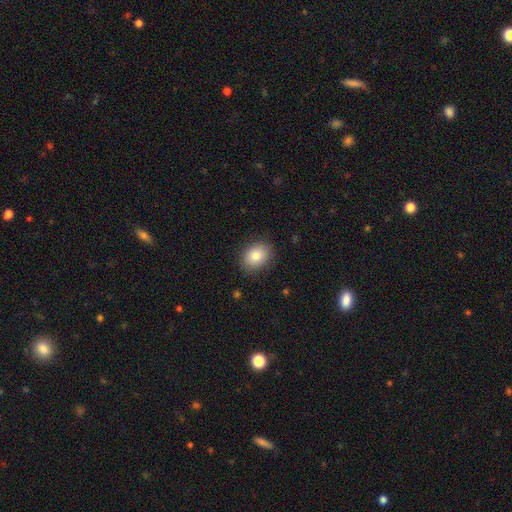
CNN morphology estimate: The model was most divided on "how rounded": in between: 66%, round: 33%, cigar-shaped: 1%. More confident: merging — none (86%); smooth or featured — smooth (84%).